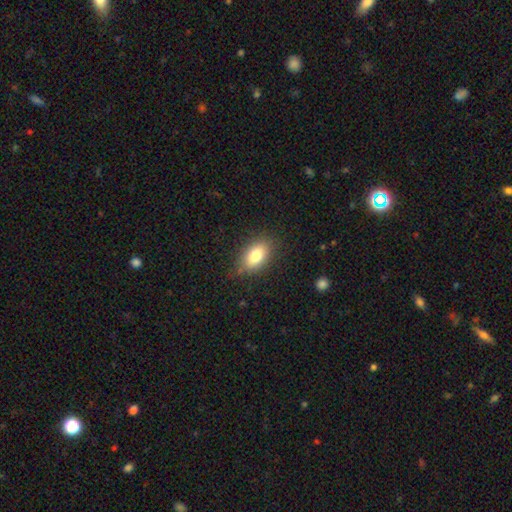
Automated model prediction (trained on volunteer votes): Morphology: type=smooth (80%); roundness=in between (89%); merging=none (79%).